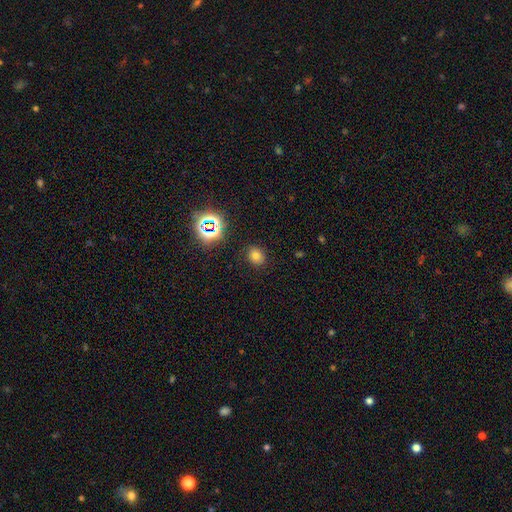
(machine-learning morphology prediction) Smooth or featured?
  - smooth: 70% *
  - star or artifact: 22%
  - featured or disk: 8%
How rounded?
  - round: 58% *
  - in between: 41%
  - cigar-shaped: 1%
Merging?
  - none: 86% *
  - minor disturbance: 10%
  - major disturbance: 3%
  - merger: 2%